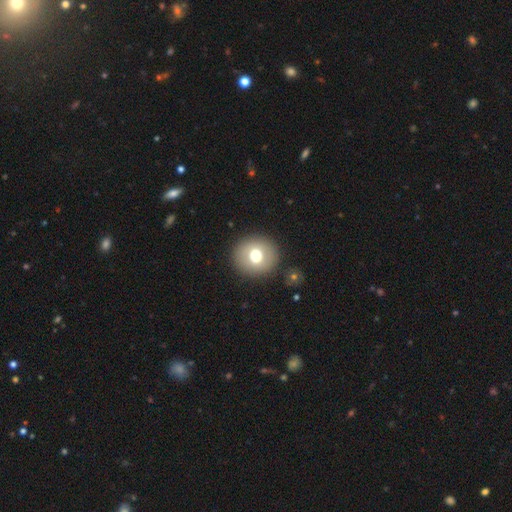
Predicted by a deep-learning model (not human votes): Smooth or featured?
  - smooth: 70% *
  - featured or disk: 20%
  - star or artifact: 10%
How rounded?
  - round: 90% *
  - in between: 9%
  - cigar-shaped: 1%
Merging?
  - none: 89% *
  - minor disturbance: 6%
  - major disturbance: 3%
  - merger: 2%